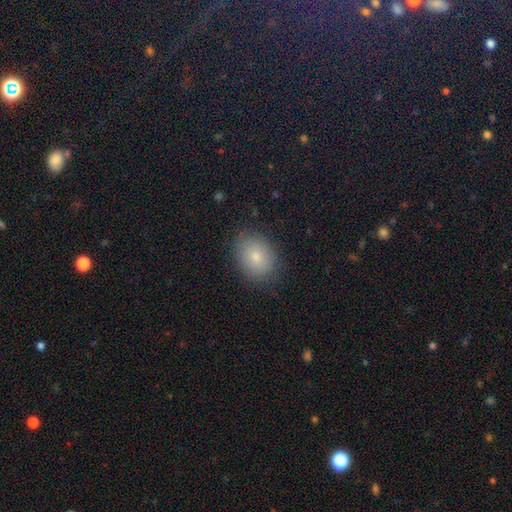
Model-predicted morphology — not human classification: This is likely a smooth galaxy (79%). How rounded: likely in between (65%). Merging: clearly none (86%).